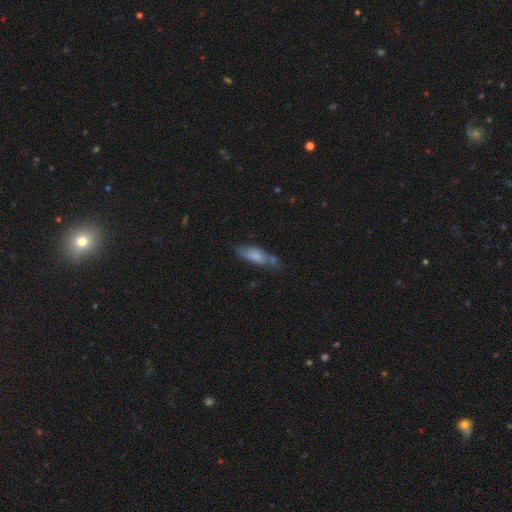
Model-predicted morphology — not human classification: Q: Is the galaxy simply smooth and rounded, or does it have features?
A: smooth — 71%.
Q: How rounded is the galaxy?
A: in between — 50%.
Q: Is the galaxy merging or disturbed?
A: none — 54%.